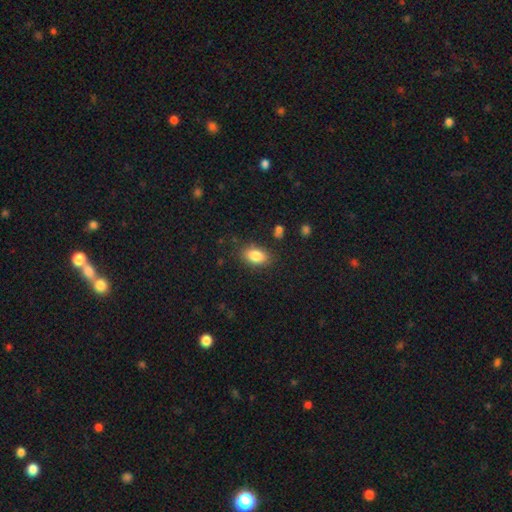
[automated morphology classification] type=smooth (86%); roundness=in between (89%); merging=none (83%).